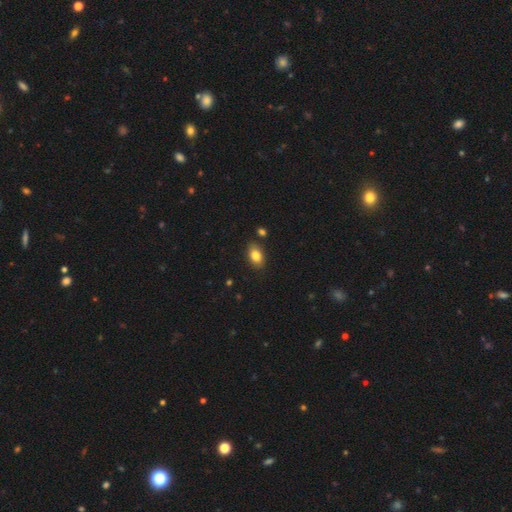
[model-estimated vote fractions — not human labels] A smooth galaxy with no disk features (83%) that is in between round and cigar-shaped (86%). Merging: none (84%).